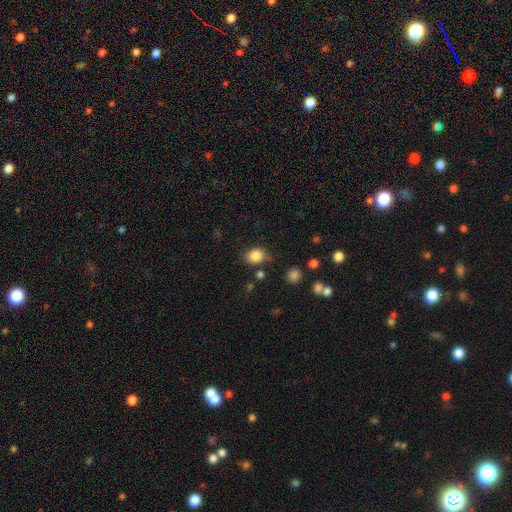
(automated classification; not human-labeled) This appears to be a smooth galaxy with no disk features (84%) that is round (51%). Merging: none (76%).